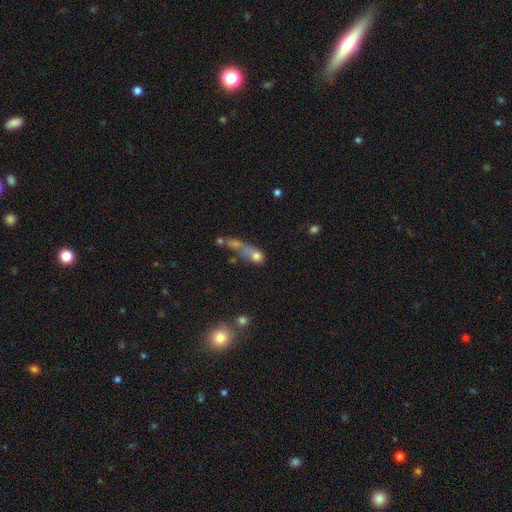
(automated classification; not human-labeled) Q: Smooth or featured?
A: smooth (63%); runner-up: featured or disk (22%)
Q: How rounded?
A: in between (48%); runner-up: round (33%)
Q: Merging?
A: merger (50%); runner-up: major disturbance (21%)